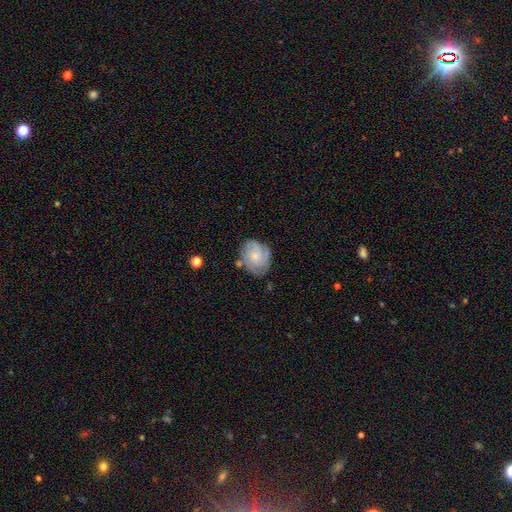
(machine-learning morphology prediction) This is likely a featured or disk galaxy (70%). It is clearly not viewed edge-on (98%). Bar: likely no (75%). Spiral arm pattern: clearly yes (92%). Spiral arm count: marginally 3 (32%). Spiral winding: likely tight (61%). Central bulge: possibly small (53%). Merging: likely none (67%).